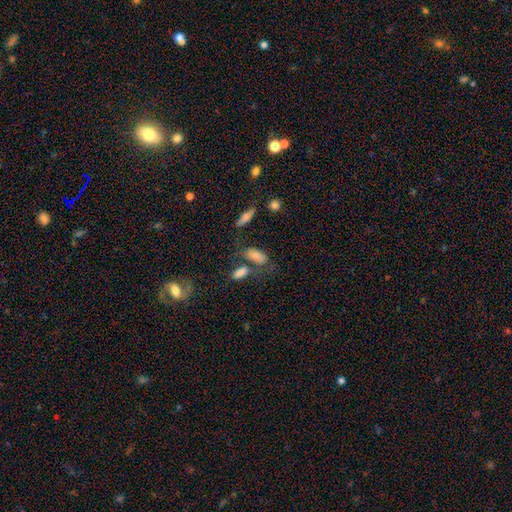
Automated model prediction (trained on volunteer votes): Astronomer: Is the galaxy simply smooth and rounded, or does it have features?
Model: smooth — 75%.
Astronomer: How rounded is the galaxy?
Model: in between — 85%.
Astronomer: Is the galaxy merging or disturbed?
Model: none — 51%.